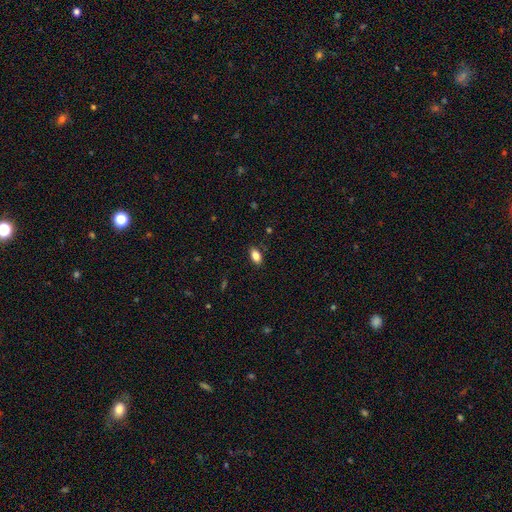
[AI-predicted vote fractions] Overall: smooth (83%). How rounded: in between (90%). Merging: none (87%).